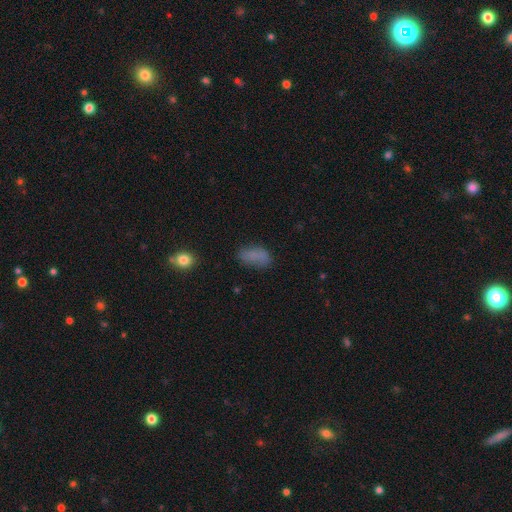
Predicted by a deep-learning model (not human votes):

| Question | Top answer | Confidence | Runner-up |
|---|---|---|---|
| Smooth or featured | smooth | 78% | star or artifact (13%) |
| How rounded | in between | 90% | round (5%) |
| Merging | none | 64% | minor disturbance (23%) |